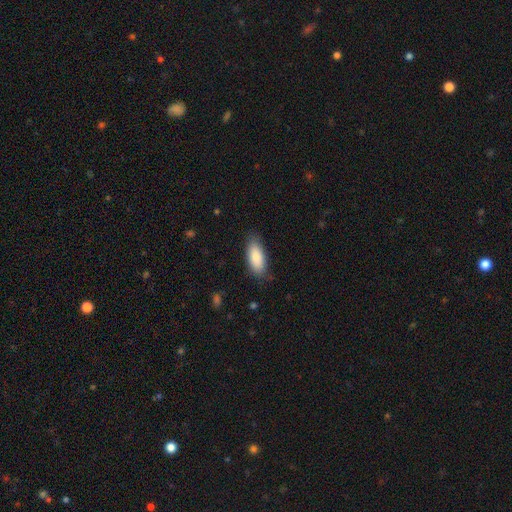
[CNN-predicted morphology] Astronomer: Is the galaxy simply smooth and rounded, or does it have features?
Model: smooth — 87%.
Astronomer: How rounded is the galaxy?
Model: in between — 83%.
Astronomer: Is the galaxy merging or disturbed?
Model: none — 81%.